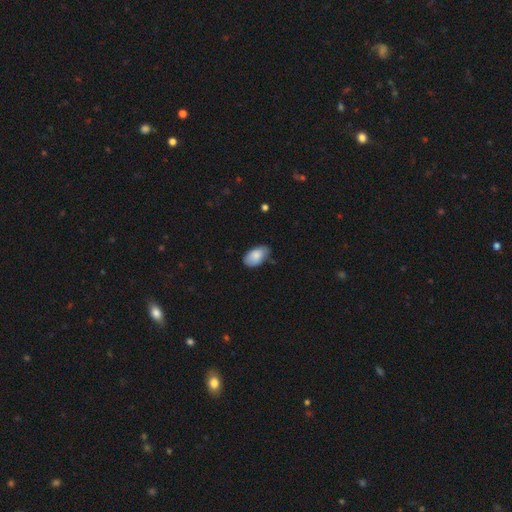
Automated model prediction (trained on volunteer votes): The model was most divided on "merging": none: 66%, minor disturbance: 28%, major disturbance: 4%, merger: 2%. More confident: how rounded — in between (94%); smooth or featured — smooth (83%).